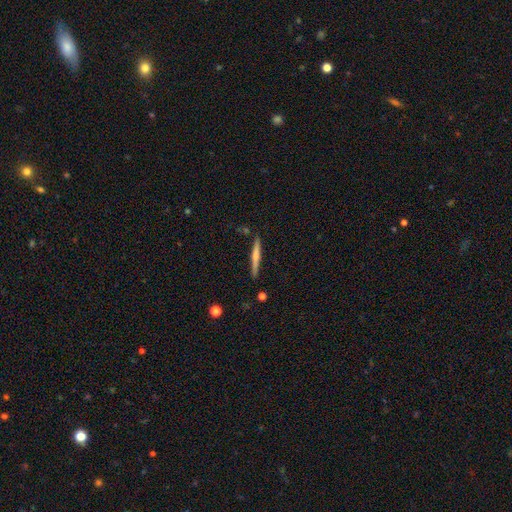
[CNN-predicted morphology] This is possibly a featured or disk galaxy (49%). Merging: clearly none (87%).